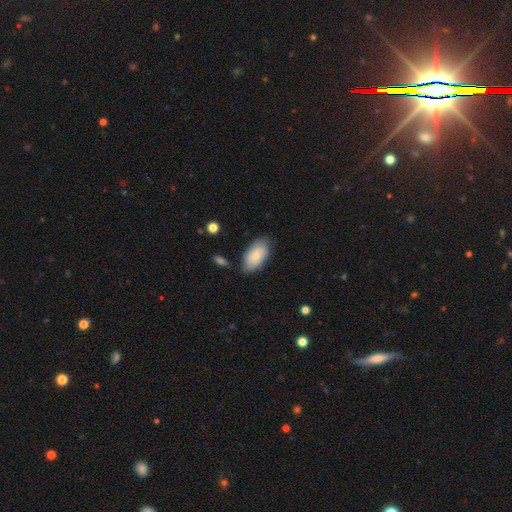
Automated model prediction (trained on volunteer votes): Smooth or featured? Predicted: smooth (p=0.82). How rounded? Predicted: in between (p=0.95). Merging? Predicted: none (p=0.77).